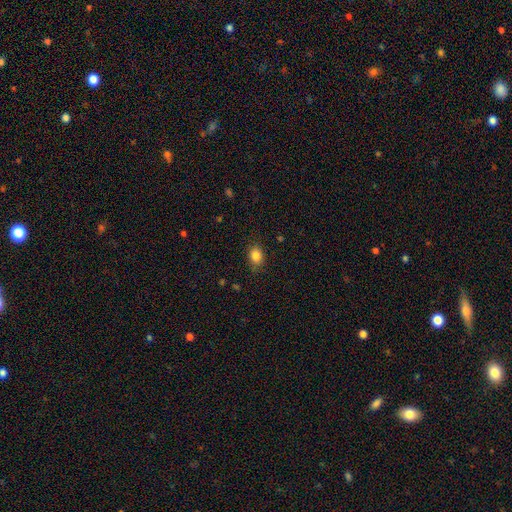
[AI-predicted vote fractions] This is clearly a smooth galaxy (85%). How rounded: likely in between (61%). Merging: clearly none (83%).